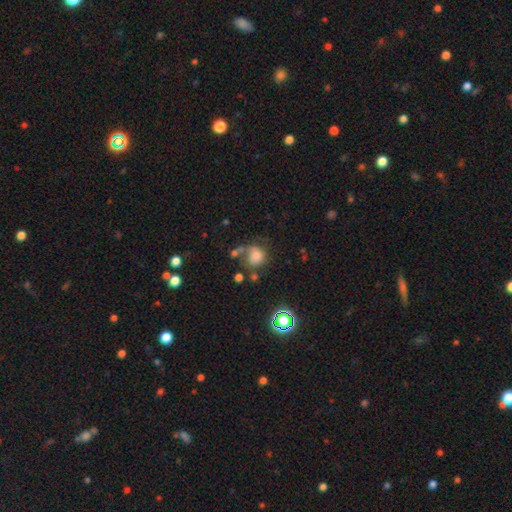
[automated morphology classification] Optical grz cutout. It shows a smooth galaxy with no disk features (71%) that is round (73%). Merging: none (43%).